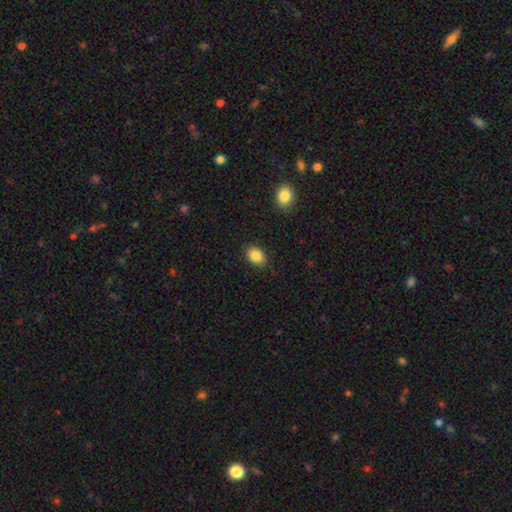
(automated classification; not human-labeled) Overall: smooth (86%). How rounded: in between (70%). Merging: none (87%).